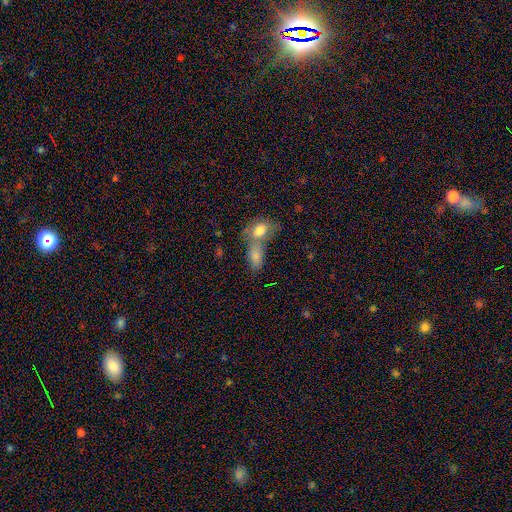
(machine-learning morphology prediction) smooth 77%, featured or disk 13%, star or artifact 10%. Down the decision tree: how rounded — in between (85%); merging — merger (55%).